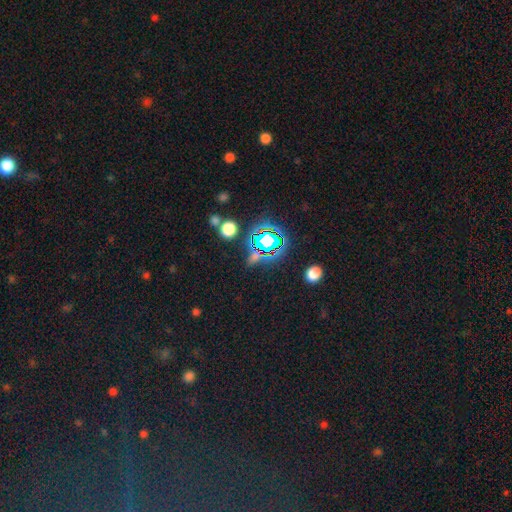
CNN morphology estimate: This appears to be a star or artifact, not a galaxy (61%).